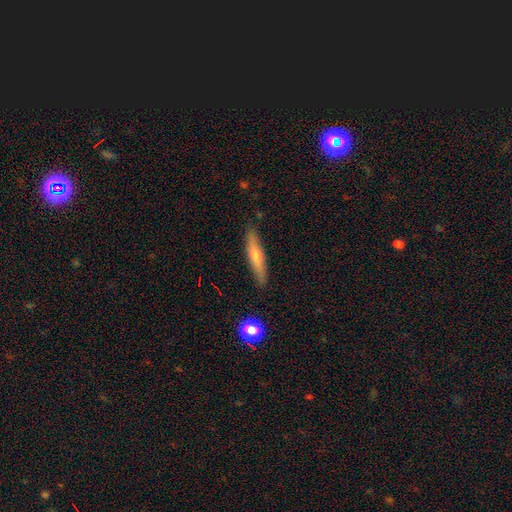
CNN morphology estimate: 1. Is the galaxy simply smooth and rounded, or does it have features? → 51% smooth, 42% featured or disk, 7% star or artifact.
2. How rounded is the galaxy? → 86% cigar-shaped, 12% in between, 2% round.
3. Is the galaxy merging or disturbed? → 86% none, 10% minor disturbance, 2% major disturbance, 2% merger.